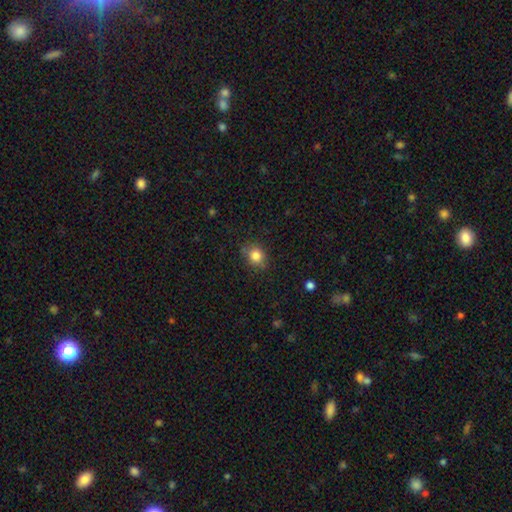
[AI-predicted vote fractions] Q: Smooth or featured?
A: smooth (83%); runner-up: star or artifact (11%)
Q: How rounded?
A: round (72%); runner-up: in between (27%)
Q: Merging?
A: none (80%); runner-up: minor disturbance (15%)